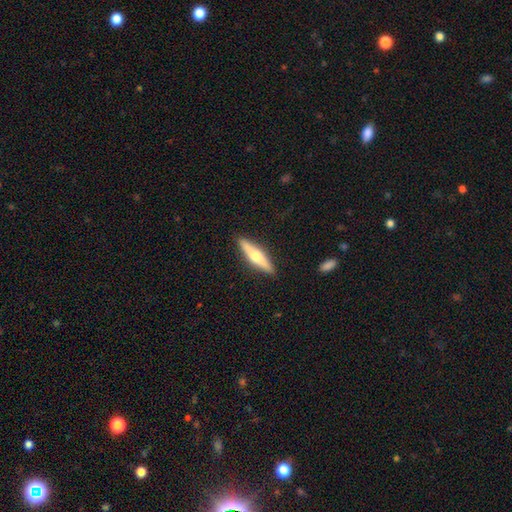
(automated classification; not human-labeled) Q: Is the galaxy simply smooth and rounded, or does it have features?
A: featured or disk — 51%.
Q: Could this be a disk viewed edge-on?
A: yes — 94%.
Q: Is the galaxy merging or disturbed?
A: none — 89%.